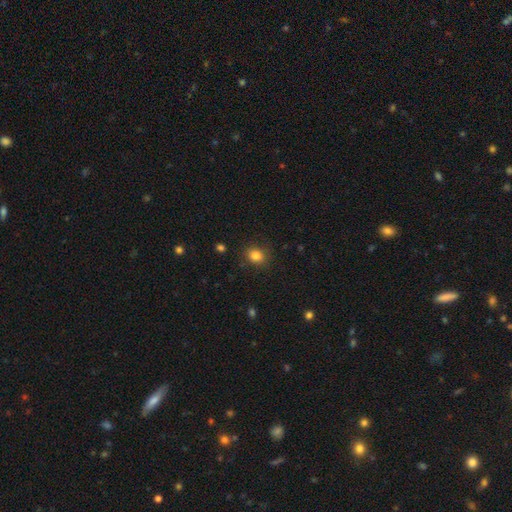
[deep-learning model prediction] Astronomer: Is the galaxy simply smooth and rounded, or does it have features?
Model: smooth — 83%.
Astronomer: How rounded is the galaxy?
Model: round — 62% (runner-up: in between, 37%).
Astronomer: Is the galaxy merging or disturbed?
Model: none — 85%.